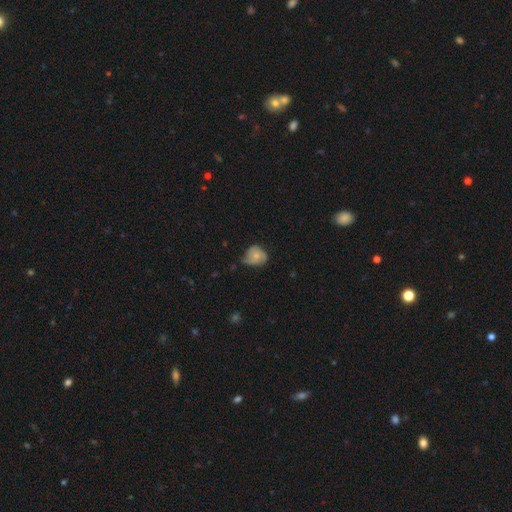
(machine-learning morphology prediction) smooth_or_featured: smooth (p=0.50) [alt: featured or disk p=0.42]
how_rounded: round (p=0.63) [alt: in between p=0.36]
merging: none (p=0.41) [tied with: minor disturbance p=0.41]